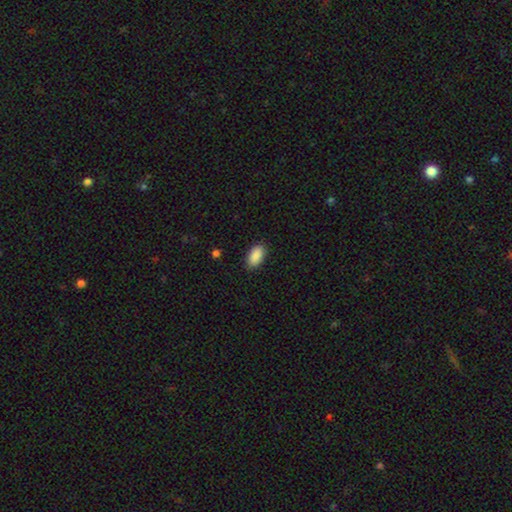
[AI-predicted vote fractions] A smooth galaxy with no disk features (90%) that is in between round and cigar-shaped (94%).

Vote fractions:
- Smooth or featured? smooth: 90% / star or artifact: 7% / featured or disk: 3%
- How rounded? in between: 94% / round: 3% / cigar-shaped: 3%
- Merging? none: 87% / minor disturbance: 9% / major disturbance: 2% / merger: 1%